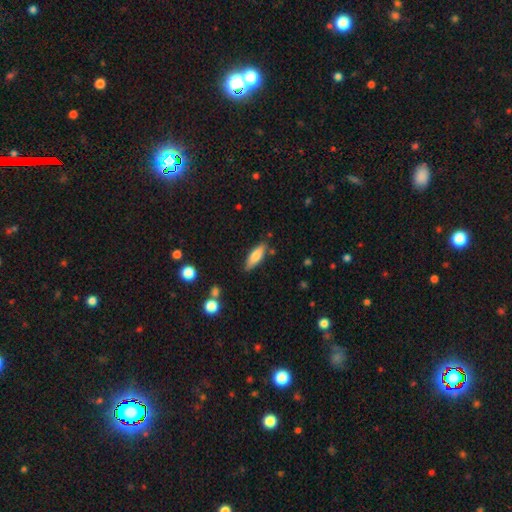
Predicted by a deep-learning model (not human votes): This is likely a smooth galaxy (76%). How rounded: possibly in between (54%). Merging: clearly none (82%).